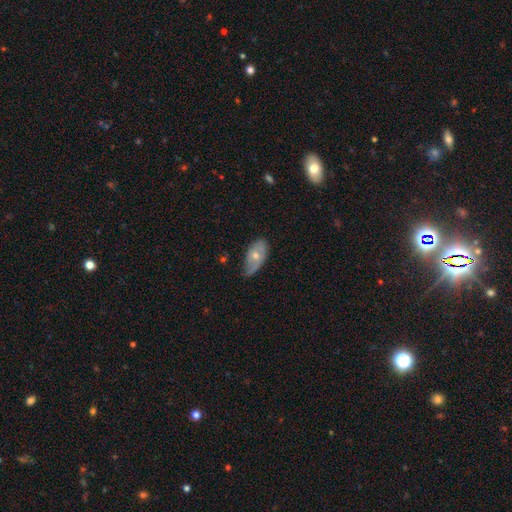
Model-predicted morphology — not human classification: type=smooth (59%); roundness=in between (91%); merging=none (48%).